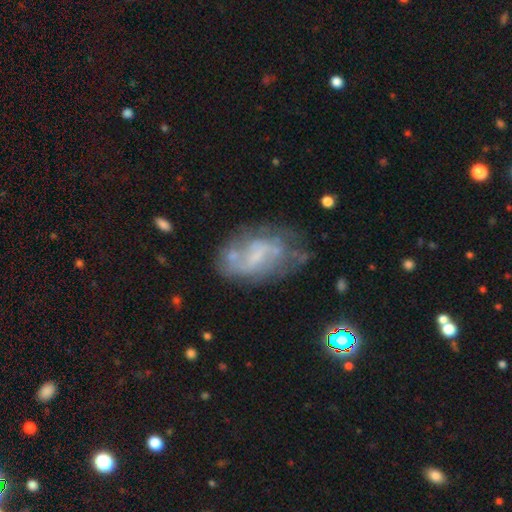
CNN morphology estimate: Smooth or featured?
  - featured or disk: 66% *
  - smooth: 25%
  - star or artifact: 9%
Edge-on disk?
  - no: 96% *
  - yes: 4%
Bar?
  - weak: 46% *
  - no: 38%
  - strong: 16%
Spiral arms?
  - yes: 60% *
  - no: 40%
Bulge size?
  - none: 42% *
  - small: 32%
  - moderate: 21%
  - large: 4%
  - dominant: 1%
Merging?
  - none: 44% *
  - minor disturbance: 25%
  - major disturbance: 21%
  - merger: 10%